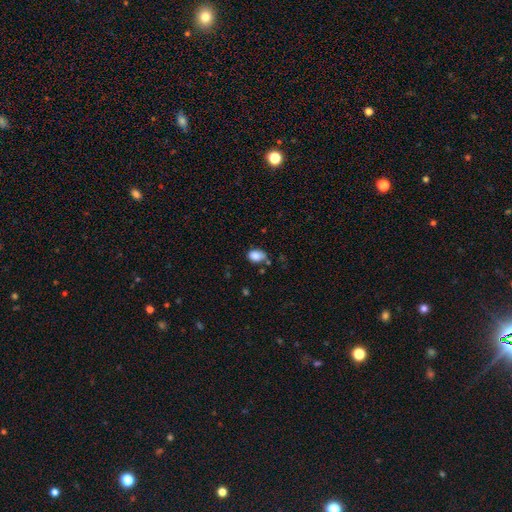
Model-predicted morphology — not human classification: This appears to be a smooth galaxy with no disk features (85%) that is in between round and cigar-shaped (72%). Merging: none (55%).